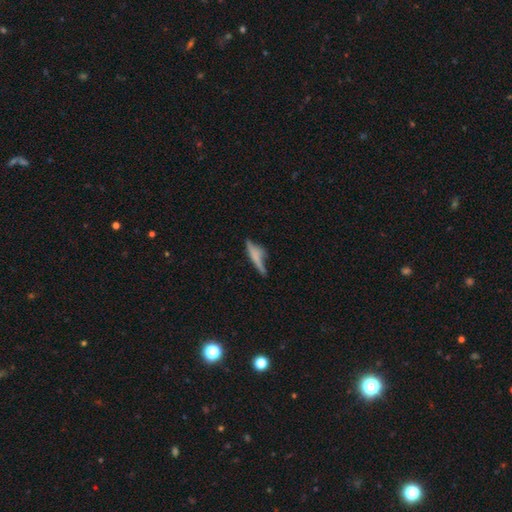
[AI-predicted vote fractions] smooth_or_featured: smooth (p=0.55) [alt: featured or disk p=0.36]
how_rounded: cigar-shaped (p=0.82) [alt: in between p=0.15]
merging: none (p=0.51) [alt: minor disturbance p=0.23]